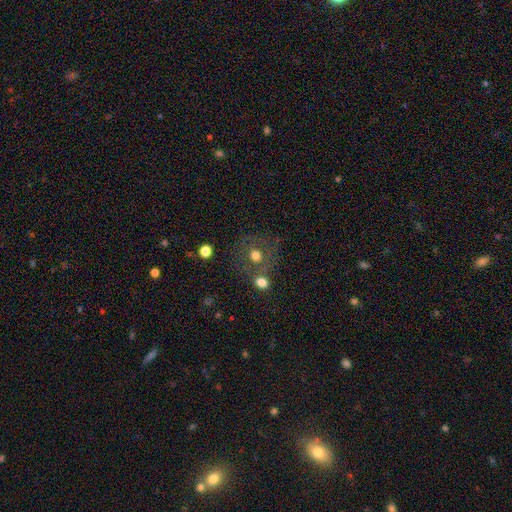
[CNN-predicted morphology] A smooth galaxy with no disk features (64%) that is round (87%).

Vote fractions:
- Smooth or featured? smooth: 64% / featured or disk: 22% / star or artifact: 14%
- How rounded? round: 87% / in between: 12% / cigar-shaped: 1%
- Merging? none: 67% / merger: 14% / minor disturbance: 12% / major disturbance: 7%